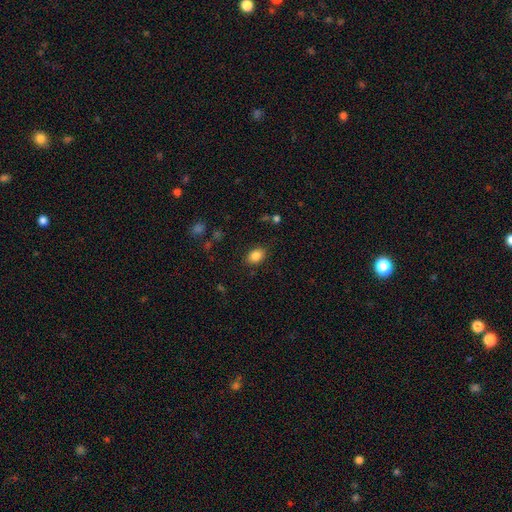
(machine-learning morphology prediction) The model was most divided on "how rounded": in between: 73%, round: 26%, cigar-shaped: 1%. More confident: smooth or featured — smooth (85%); merging — none (84%).